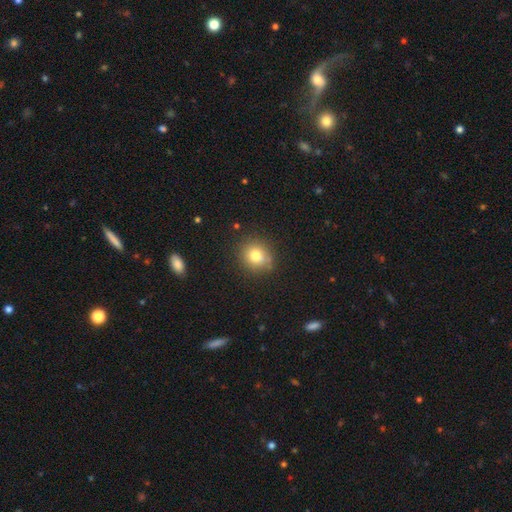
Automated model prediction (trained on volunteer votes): smooth 77%, star or artifact 13%, featured or disk 10%. Down the decision tree: how rounded — round (82%); merging — none (81%).